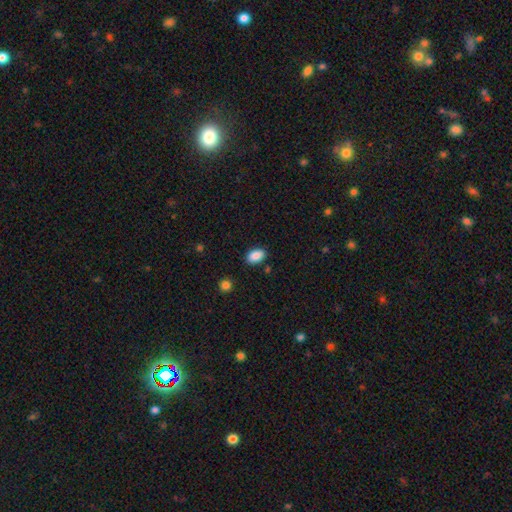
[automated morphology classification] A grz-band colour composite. It shows a smooth galaxy with no disk features (88%) that is in between round and cigar-shaped (90%). Merging: none (86%).